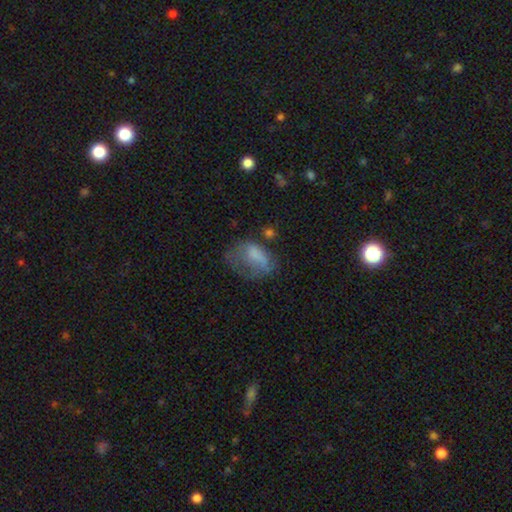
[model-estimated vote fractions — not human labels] The model was most divided on "merging": major disturbance: 44%, none: 27%, minor disturbance: 25%, merger: 4%. More confident: how rounded — in between (79%); smooth or featured — smooth (61%).